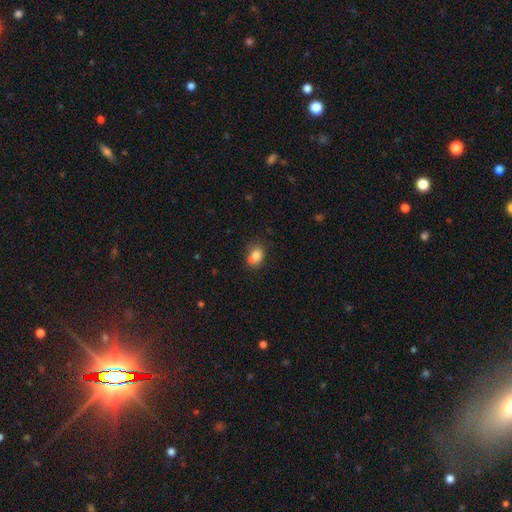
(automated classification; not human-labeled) Q: Smooth or featured?
A: smooth (79%); runner-up: featured or disk (11%)
Q: How rounded?
A: in between (61%); runner-up: round (37%)
Q: Merging?
A: none (53%); runner-up: merger (22%)